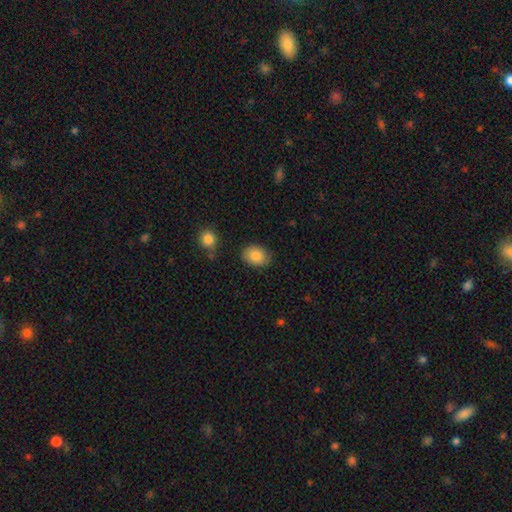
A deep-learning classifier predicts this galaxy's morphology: A smooth galaxy with no disk features (85%) that is in between round and cigar-shaped (66%).

Vote fractions:
- Smooth or featured? smooth: 85% / featured or disk: 8% / star or artifact: 8%
- How rounded? in between: 66% / round: 33% / cigar-shaped: 1%
- Merging? none: 83% / minor disturbance: 12% / major disturbance: 3% / merger: 2%